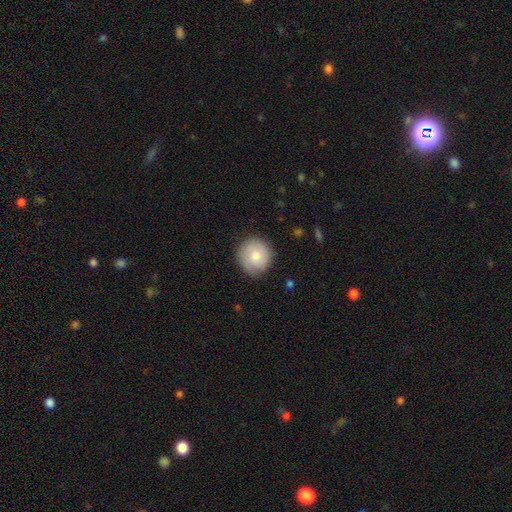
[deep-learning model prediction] Morphology: type=smooth (75%); roundness=round (93%); merging=none (85%).